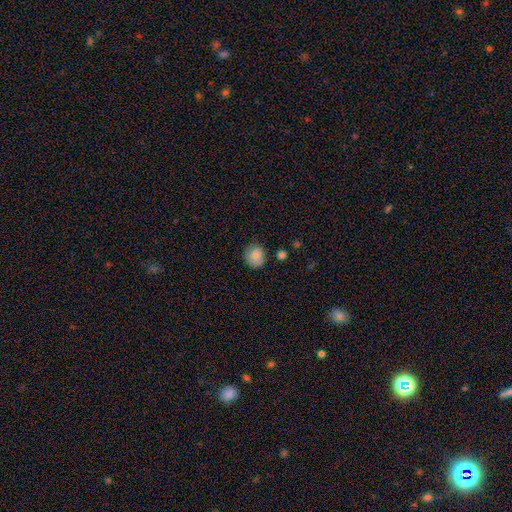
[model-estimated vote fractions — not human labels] The model was most divided on "merging": none: 76%, minor disturbance: 17%, major disturbance: 3%, merger: 3%. More confident: smooth or featured — smooth (84%); how rounded — round (80%).